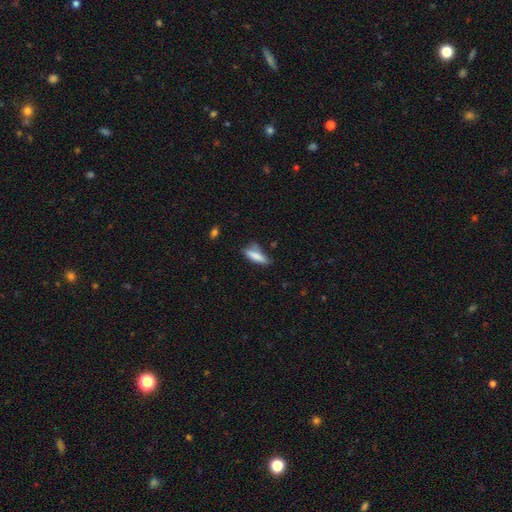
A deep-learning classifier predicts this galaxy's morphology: The model was most divided on "how rounded": cigar-shaped: 60%, in between: 38%, round: 2%. More confident: smooth or featured — smooth (80%); merging — none (58%).